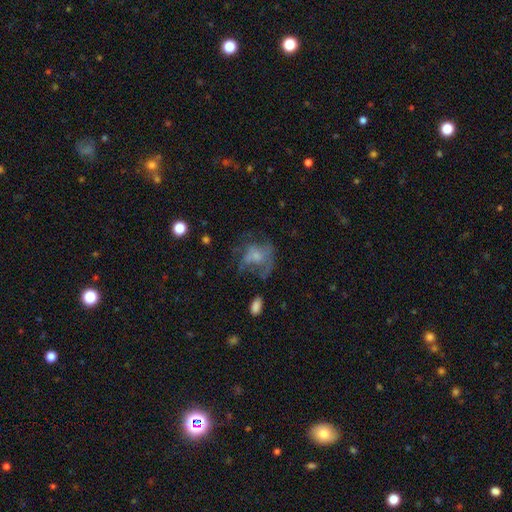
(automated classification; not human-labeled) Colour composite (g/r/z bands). It shows a featured or disk galaxy (48%). Merging: none (39%).